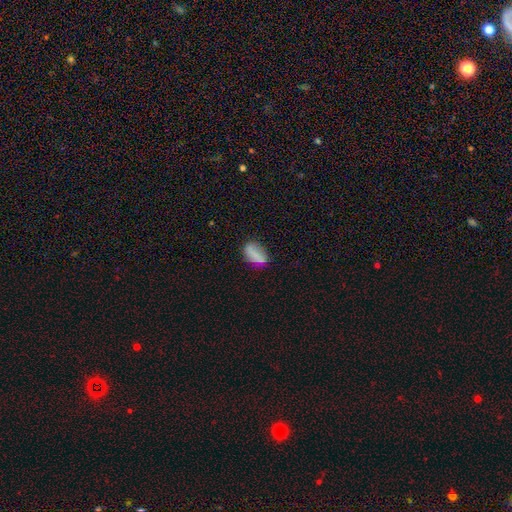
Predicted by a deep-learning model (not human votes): Q: Smooth or featured?
A: smooth (76%); runner-up: featured or disk (14%)
Q: How rounded?
A: in between (85%); runner-up: cigar-shaped (8%)
Q: Merging?
A: none (69%); runner-up: minor disturbance (21%)